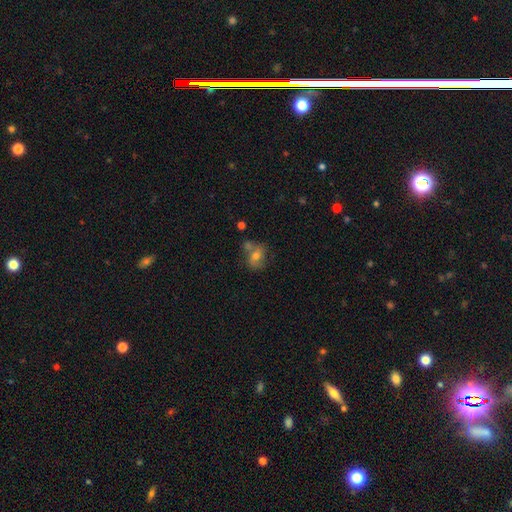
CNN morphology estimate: smooth_or_featured: smooth (p=0.56) [alt: featured or disk p=0.32]
how_rounded: in between (p=0.49) [tied with: round p=0.49]
merging: none (p=0.50) [alt: merger p=0.23]